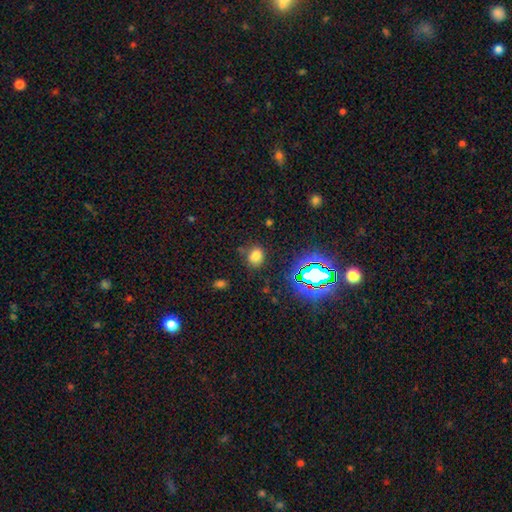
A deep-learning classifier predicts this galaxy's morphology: This is likely a smooth galaxy (69%). How rounded: possibly round (53%). Merging: likely none (73%).